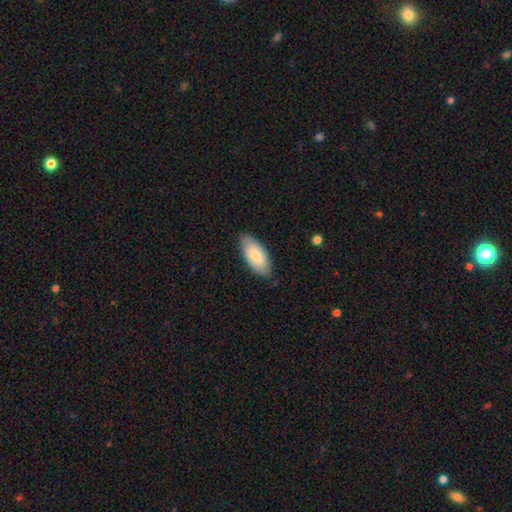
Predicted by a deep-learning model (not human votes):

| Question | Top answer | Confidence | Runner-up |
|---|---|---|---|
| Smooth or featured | smooth | 76% | featured or disk (19%) |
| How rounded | in between | 91% | cigar-shaped (7%) |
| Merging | none | 81% | minor disturbance (15%) |